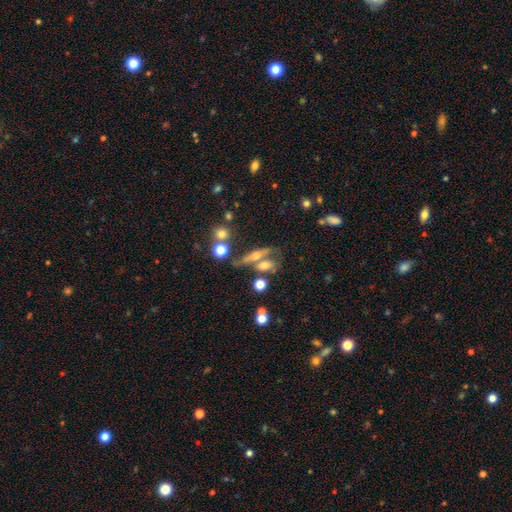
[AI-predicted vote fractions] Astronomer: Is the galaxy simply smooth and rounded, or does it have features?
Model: featured or disk — 54% (runner-up: smooth, 34%).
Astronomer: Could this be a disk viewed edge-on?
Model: yes — 77%.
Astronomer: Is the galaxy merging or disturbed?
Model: none — 46% (runner-up: merger, 31%).